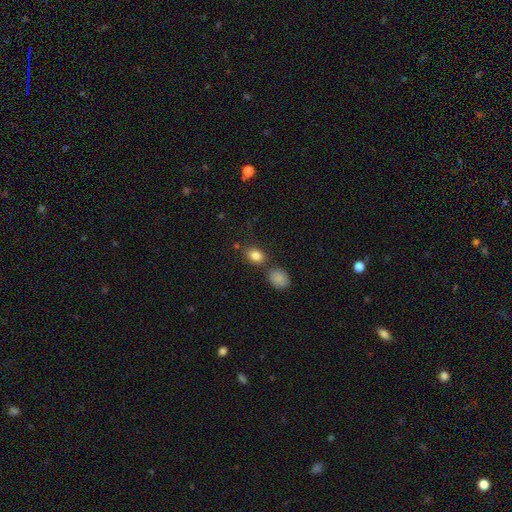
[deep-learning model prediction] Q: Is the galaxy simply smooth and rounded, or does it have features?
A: smooth — 84%.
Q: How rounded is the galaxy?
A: in between — 66%.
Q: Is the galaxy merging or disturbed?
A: none — 68%.